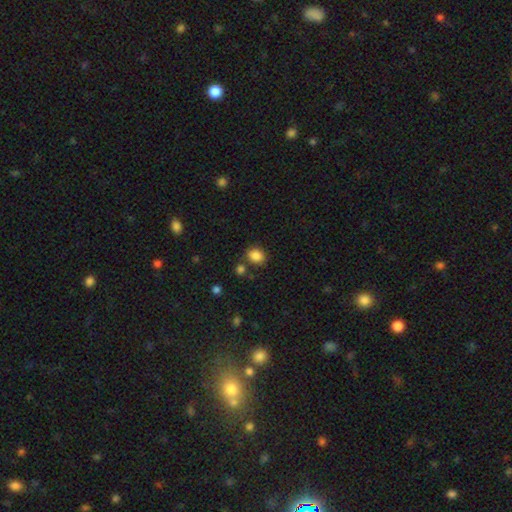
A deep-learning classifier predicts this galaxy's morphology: This is clearly a smooth galaxy (85%). How rounded: possibly round (52%). Merging: likely none (76%).